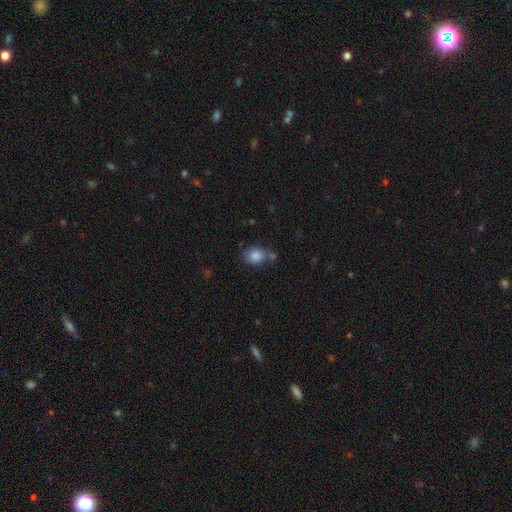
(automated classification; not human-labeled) Q: Smooth or featured?
A: smooth (84%); runner-up: star or artifact (9%)
Q: How rounded?
A: round (52%); runner-up: in between (47%)
Q: Merging?
A: none (56%); runner-up: minor disturbance (20%)